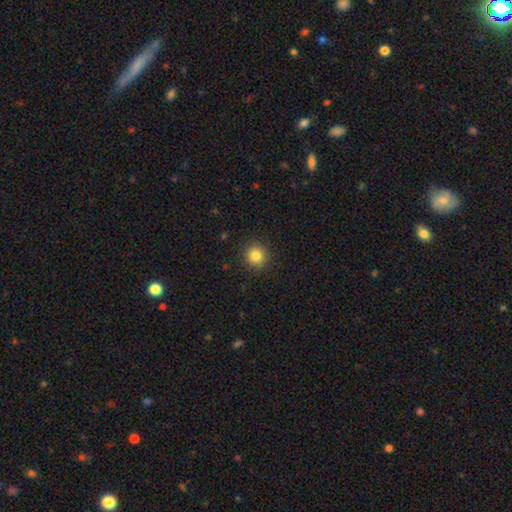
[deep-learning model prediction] Smooth or featured? Predicted: smooth (p=0.83). How rounded? Predicted: round (p=0.94). Merging? Predicted: none (p=0.91).